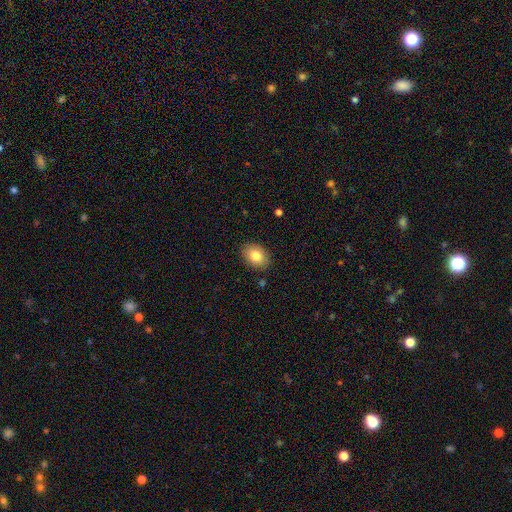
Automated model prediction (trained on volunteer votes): smooth_or_featured: smooth (p=0.82) [alt: featured or disk p=0.10]
how_rounded: in between (p=0.75) [alt: round p=0.24]
merging: none (p=0.87) [alt: minor disturbance p=0.09]